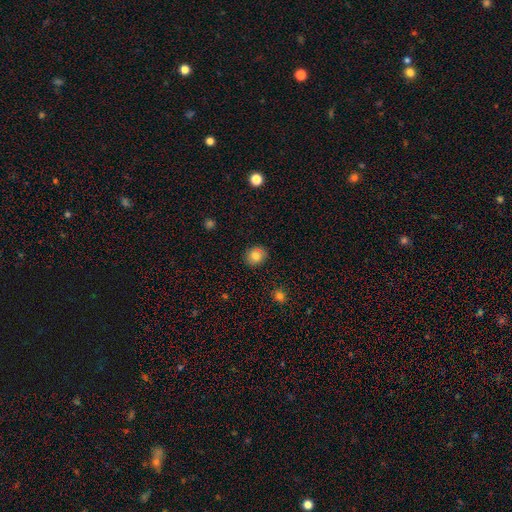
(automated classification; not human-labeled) A smooth galaxy with no disk features (77%) that is round (69%).

Vote fractions:
- Smooth or featured? smooth: 77% / star or artifact: 12% / featured or disk: 11%
- How rounded? round: 69% / in between: 30% / cigar-shaped: 1%
- Merging? none: 83% / minor disturbance: 11% / merger: 4% / major disturbance: 2%